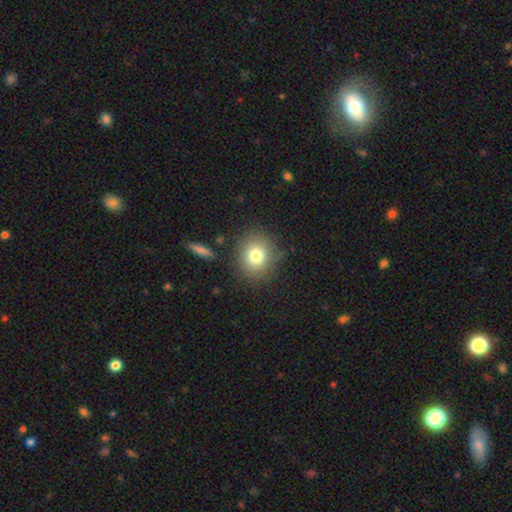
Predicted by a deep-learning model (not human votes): Smooth or featured? smooth (78%)
How rounded? round (82%)
Merging? none (83%)